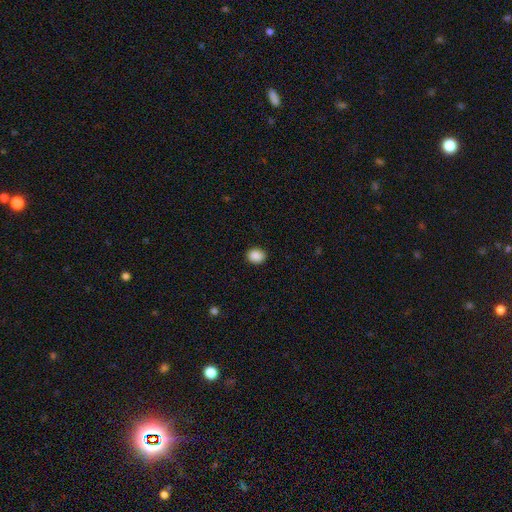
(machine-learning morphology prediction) A smooth galaxy with no disk features (89%) that is round (58%).

Vote fractions:
- Smooth or featured? smooth: 89% / star or artifact: 9% / featured or disk: 3%
- How rounded? round: 58% / in between: 41% / cigar-shaped: 1%
- Merging? none: 90% / minor disturbance: 7% / major disturbance: 2% / merger: 1%